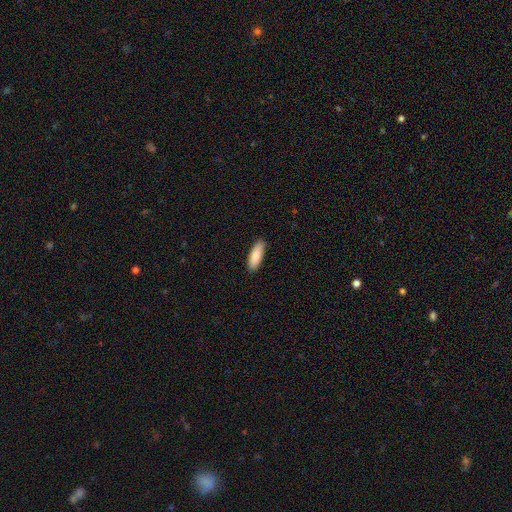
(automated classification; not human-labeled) A smooth galaxy with no disk features (87%) that is in between round and cigar-shaped (58%).

Vote fractions:
- Smooth or featured? smooth: 87% / featured or disk: 8% / star or artifact: 5%
- How rounded? in between: 58% / cigar-shaped: 40% / round: 2%
- Merging? none: 89% / minor disturbance: 9% / major disturbance: 2% / merger: 1%